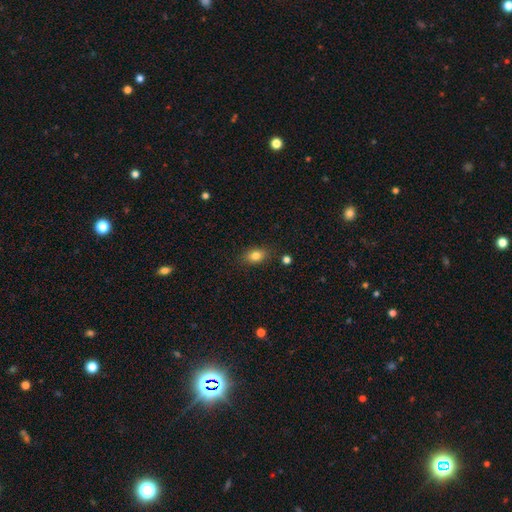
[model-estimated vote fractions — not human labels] Smooth or featured? Predicted: smooth (p=0.82). How rounded? Predicted: in between (p=0.77). Merging? Predicted: none (p=0.83).